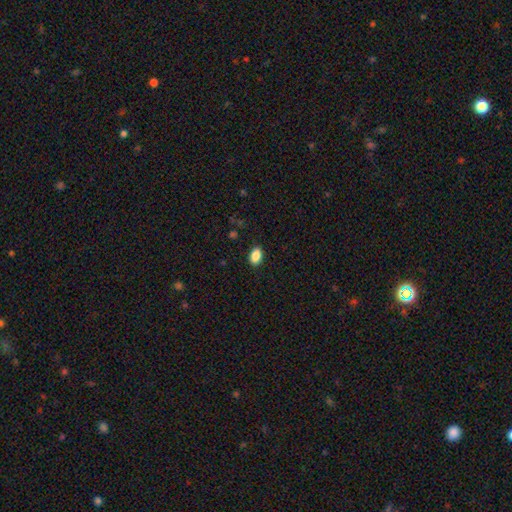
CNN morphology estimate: Smooth or featured?
  - smooth: 88% *
  - star or artifact: 8%
  - featured or disk: 4%
How rounded?
  - in between: 88% *
  - round: 11%
  - cigar-shaped: 2%
Merging?
  - none: 88% *
  - minor disturbance: 8%
  - major disturbance: 2%
  - merger: 1%